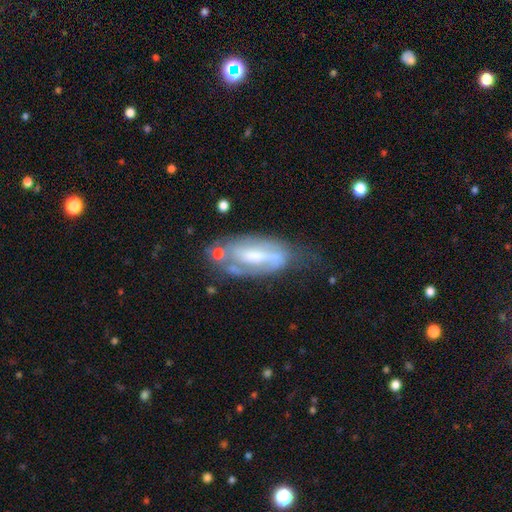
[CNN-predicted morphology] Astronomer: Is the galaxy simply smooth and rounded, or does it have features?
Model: featured or disk — 73%.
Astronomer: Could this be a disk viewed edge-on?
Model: no — 89%.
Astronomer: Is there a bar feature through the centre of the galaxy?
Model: weak — 41% (runner-up: strong, 33%).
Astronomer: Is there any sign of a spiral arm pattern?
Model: yes — 81%.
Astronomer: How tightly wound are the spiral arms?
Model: medium — 41% (runner-up: tight, 37%).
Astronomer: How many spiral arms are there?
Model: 2 — 54%.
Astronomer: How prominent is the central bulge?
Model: moderate — 45% (runner-up: small, 32%).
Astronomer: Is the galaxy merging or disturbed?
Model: none — 48% (runner-up: minor disturbance, 27%).